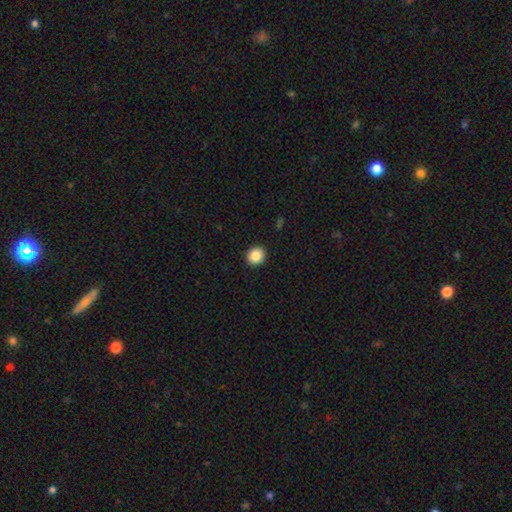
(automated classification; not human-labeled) Overall: smooth (87%). How rounded: round (84%). Merging: none (92%).